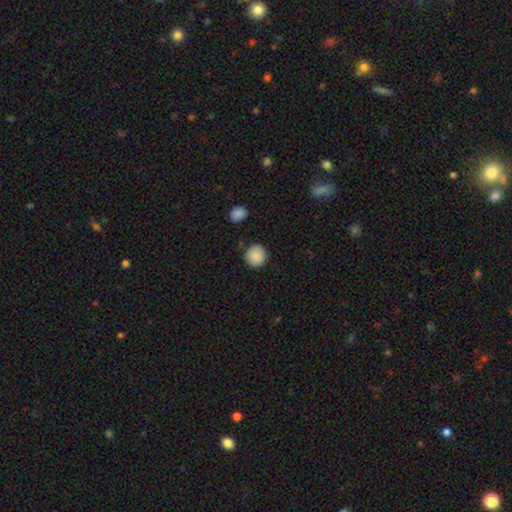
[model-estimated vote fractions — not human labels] This appears to be a smooth galaxy with no disk features (88%) that is round (93%). Merging: none (86%).